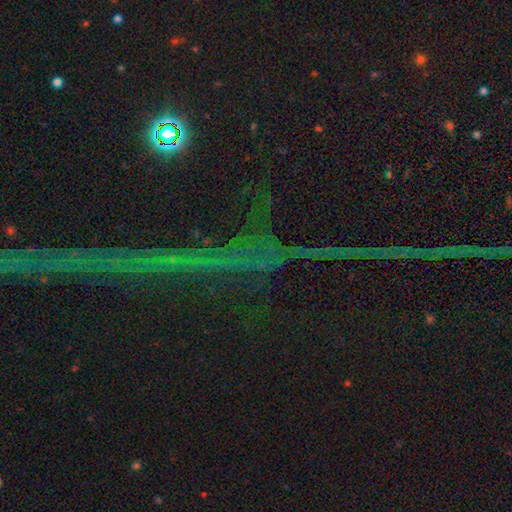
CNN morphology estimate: smooth_or_featured: star or artifact (p=0.83) [alt: featured or disk p=0.09]